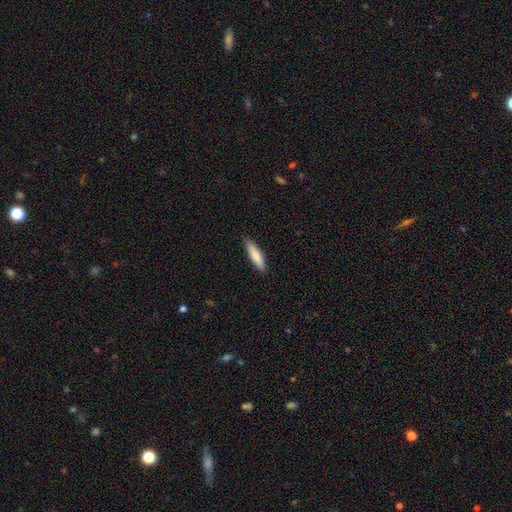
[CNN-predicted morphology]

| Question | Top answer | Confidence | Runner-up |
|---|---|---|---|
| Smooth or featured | smooth | 80% | featured or disk (15%) |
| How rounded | cigar-shaped | 76% | in between (23%) |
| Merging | none | 88% | minor disturbance (9%) |